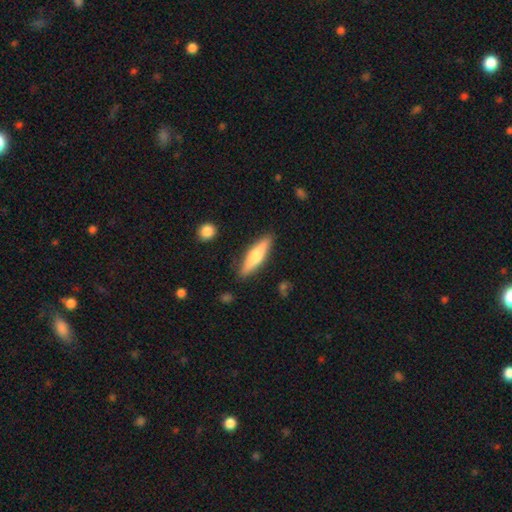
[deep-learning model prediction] Smooth or featured? Predicted: smooth (p=0.52). How rounded? Predicted: cigar-shaped (p=0.74). Merging? Predicted: none (p=0.87).